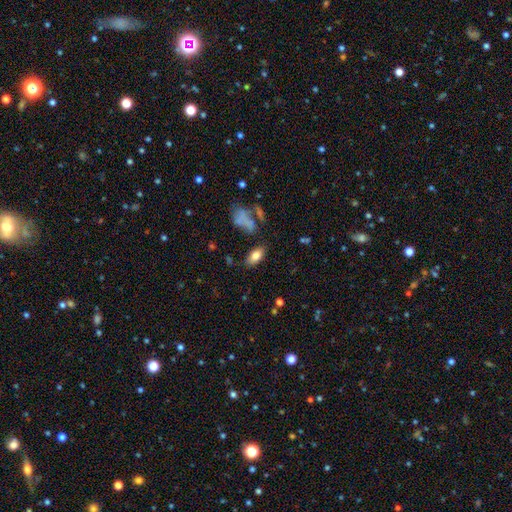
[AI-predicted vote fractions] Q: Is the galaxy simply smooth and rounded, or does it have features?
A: smooth — 79%.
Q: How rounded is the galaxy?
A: in between — 91%.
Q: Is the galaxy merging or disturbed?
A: none — 79%.